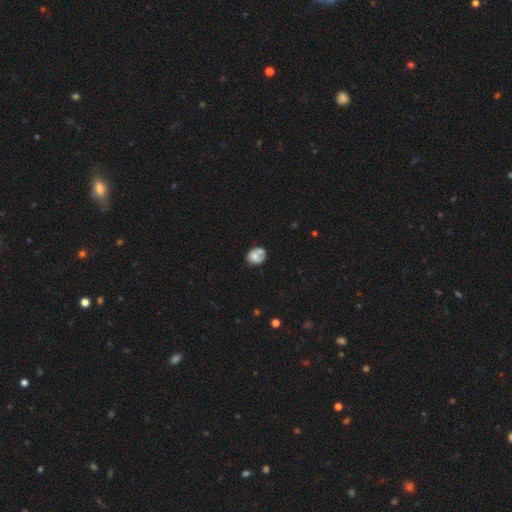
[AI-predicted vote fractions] A smooth galaxy with no disk features (62%) that is round (59%).

Vote fractions:
- Smooth or featured? smooth: 62% / featured or disk: 29% / star or artifact: 9%
- How rounded? round: 59% / in between: 40% / cigar-shaped: 1%
- Merging? none: 44% / minor disturbance: 26% / merger: 17% / major disturbance: 14%